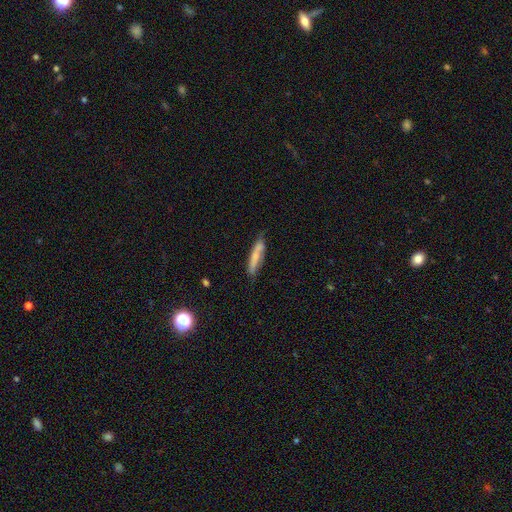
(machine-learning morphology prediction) This is likely a smooth galaxy (67%). How rounded: clearly cigar-shaped (85%). Merging: likely none (70%).